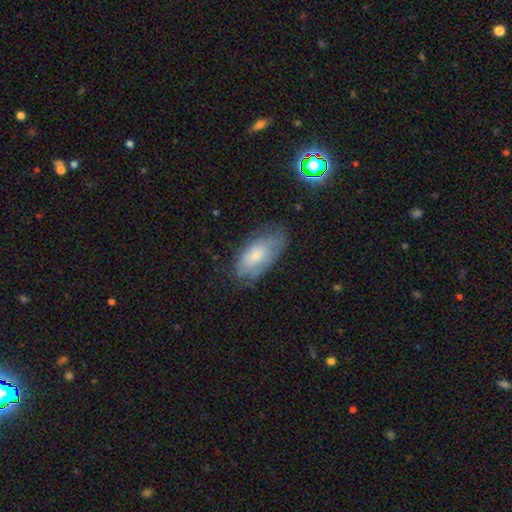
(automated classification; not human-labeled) A smooth galaxy with no disk features (60%) that is in between round and cigar-shaped (93%).

Vote fractions:
- Smooth or featured? smooth: 60% / featured or disk: 32% / star or artifact: 8%
- How rounded? in between: 93% / cigar-shaped: 4% / round: 3%
- Merging? none: 61% / minor disturbance: 28% / major disturbance: 10% / merger: 2%